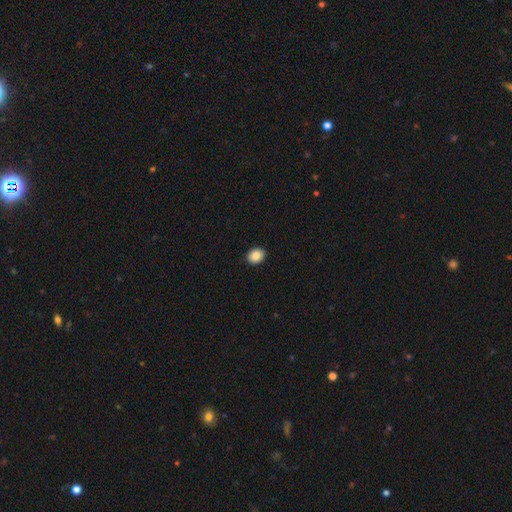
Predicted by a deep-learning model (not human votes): A smooth galaxy with no disk features (88%) that is round (51%). Merging: none (92%).